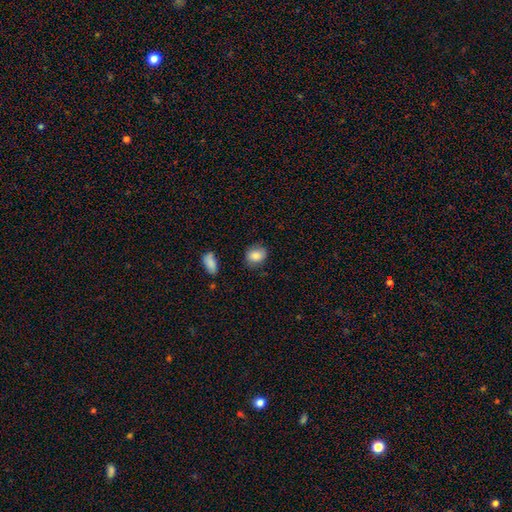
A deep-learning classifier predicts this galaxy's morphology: Smooth or featured? Predicted: smooth (p=0.85). How rounded? Predicted: round (p=0.55). Merging? Predicted: none (p=0.78).